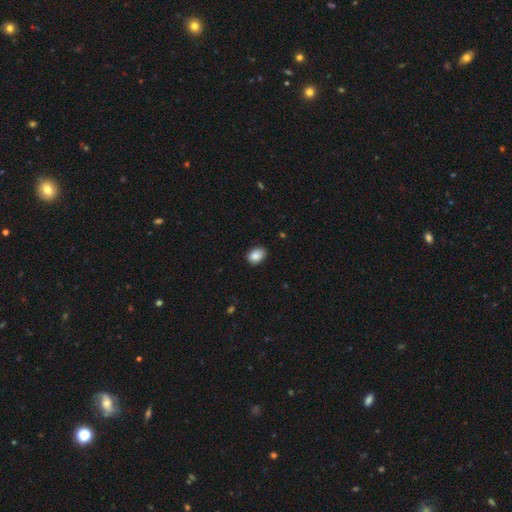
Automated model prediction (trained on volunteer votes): smooth_or_featured: smooth (p=0.88) [alt: star or artifact p=0.08]
how_rounded: in between (p=0.75) [alt: round p=0.24]
merging: none (p=0.81) [alt: minor disturbance p=0.15]